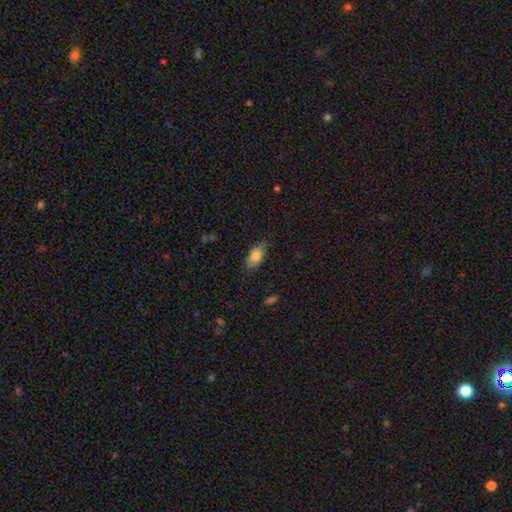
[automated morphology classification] Smooth or featured?
  - smooth: 76% *
  - featured or disk: 16%
  - star or artifact: 7%
How rounded?
  - in between: 85% *
  - cigar-shaped: 12%
  - round: 3%
Merging?
  - none: 80% *
  - minor disturbance: 16%
  - major disturbance: 3%
  - merger: 1%